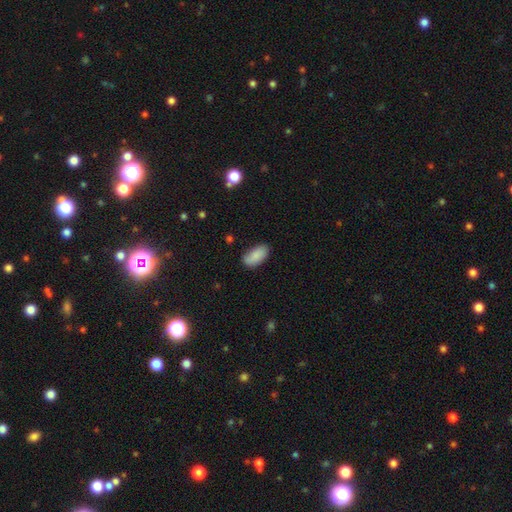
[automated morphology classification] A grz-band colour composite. It shows a smooth galaxy with no disk features (87%) that is in between round and cigar-shaped (93%). Merging: none (75%).